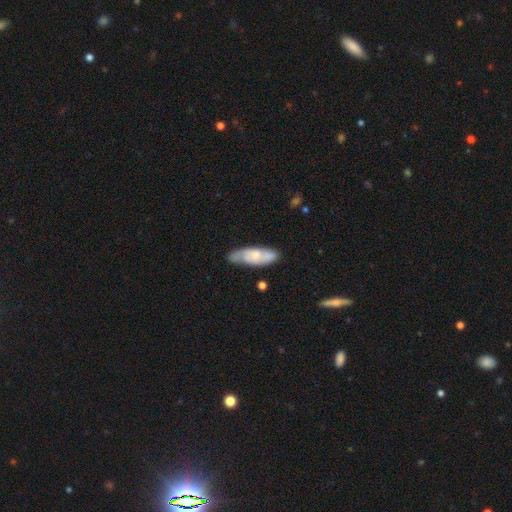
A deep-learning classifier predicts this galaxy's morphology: smooth_or_featured: featured or disk (p=0.50) [alt: smooth p=0.45]
merging: none (p=0.67) [alt: minor disturbance p=0.25]